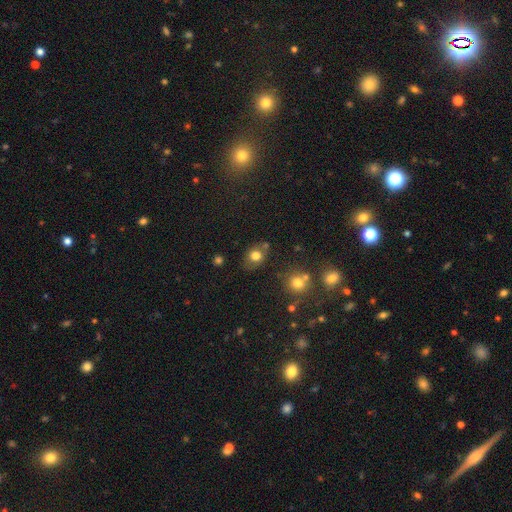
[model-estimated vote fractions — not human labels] This is likely a smooth galaxy (77%). How rounded: possibly round (53%). Merging: likely none (70%).